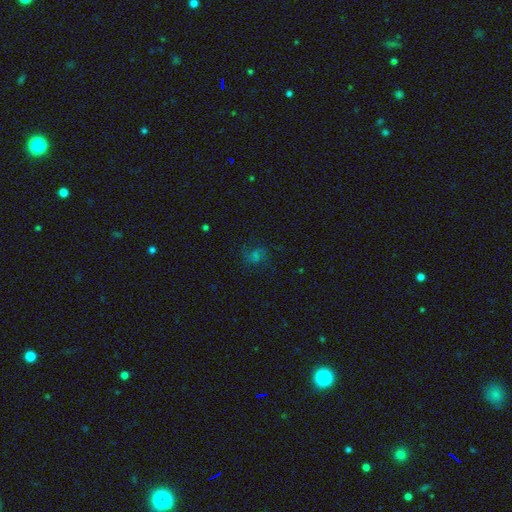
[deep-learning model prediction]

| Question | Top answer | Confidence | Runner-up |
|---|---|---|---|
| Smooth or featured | featured or disk | 34% | tied: smooth (34%) |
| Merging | none | 70% | minor disturbance (17%) |